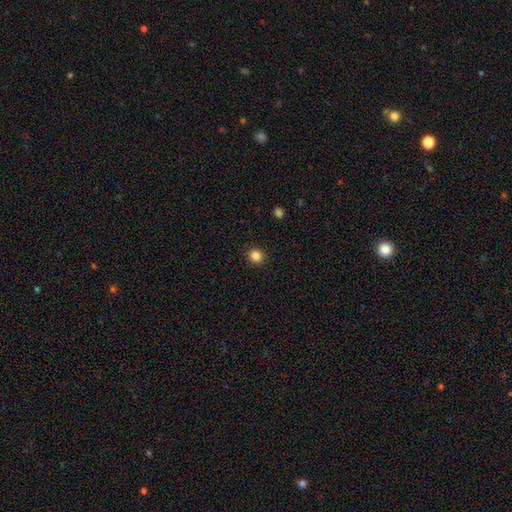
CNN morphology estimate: smooth 85%, star or artifact 11%, featured or disk 4%. Down the decision tree: how rounded — round (83%); merging — none (91%).